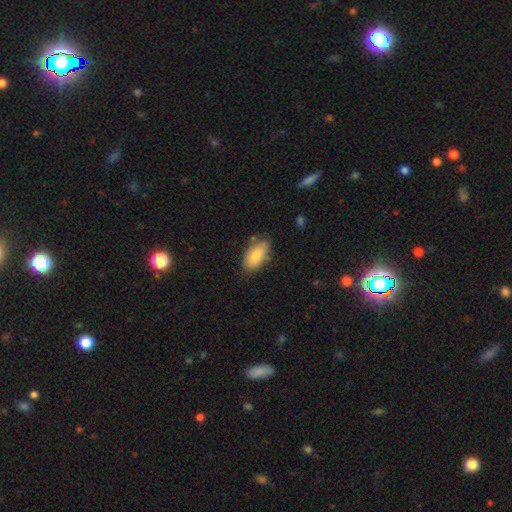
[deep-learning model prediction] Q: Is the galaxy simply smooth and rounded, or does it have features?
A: smooth — 82%.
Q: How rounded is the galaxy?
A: in between — 92%.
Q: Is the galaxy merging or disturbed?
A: none — 71%.